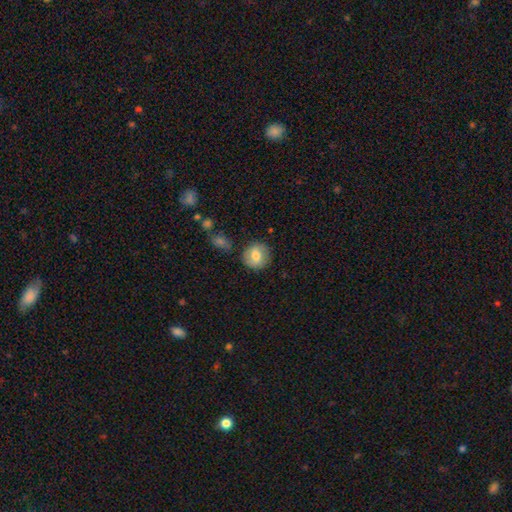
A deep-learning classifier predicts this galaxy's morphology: Overall: smooth (72%). How rounded: round (87%). Merging: none (82%).